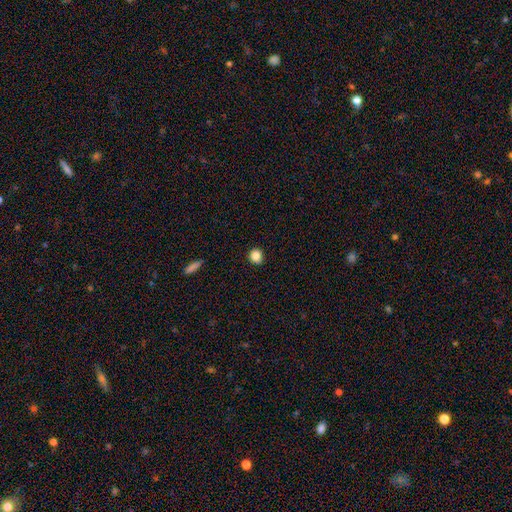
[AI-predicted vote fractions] This appears to be a smooth galaxy with no disk features (85%) that is round (89%). Merging: none (88%).